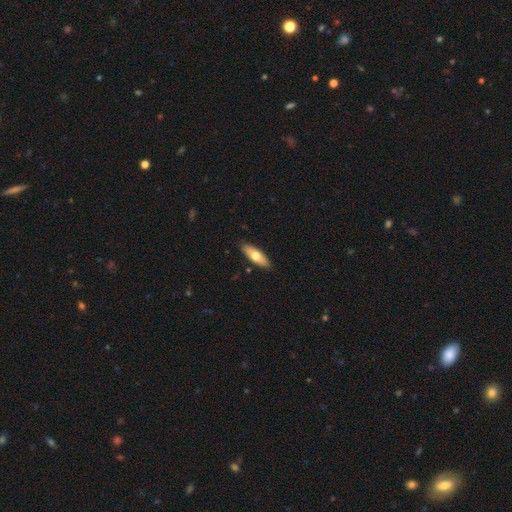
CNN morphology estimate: This is likely a smooth galaxy (64%). How rounded: possibly in between (59%). Merging: clearly none (89%).